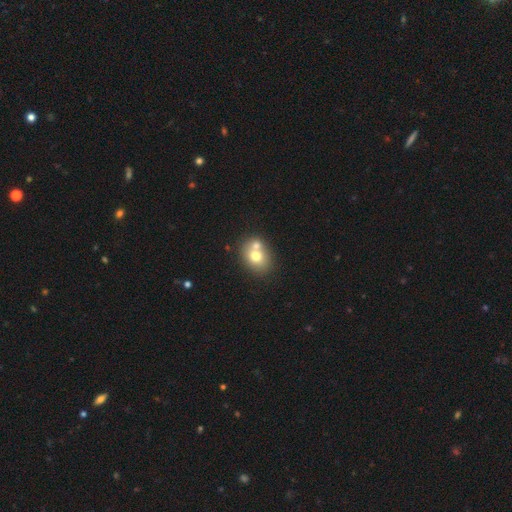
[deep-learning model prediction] smooth 69%, featured or disk 21%, star or artifact 10%. Down the decision tree: how rounded — round (50%); merging — merger (45%).